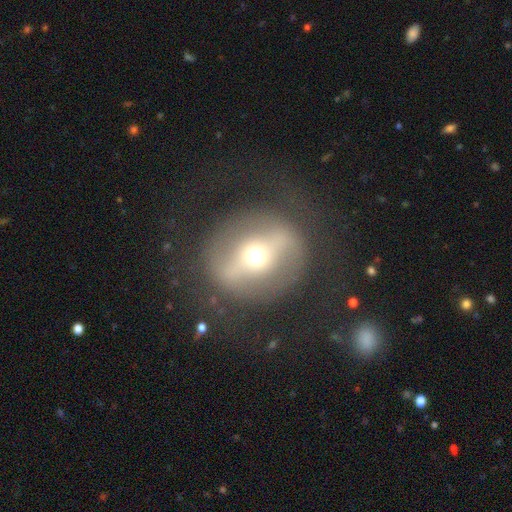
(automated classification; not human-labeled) Q: Smooth or featured?
A: featured or disk (64%); runner-up: smooth (27%)
Q: Edge-on disk?
A: no (82%); runner-up: yes (18%)
Q: Bar?
A: strong (69%); runner-up: weak (18%)
Q: Spiral arms?
A: no (77%); runner-up: yes (23%)
Q: Bulge size?
A: moderate (68%); runner-up: small (15%)
Q: Merging?
A: none (79%); runner-up: minor disturbance (10%)